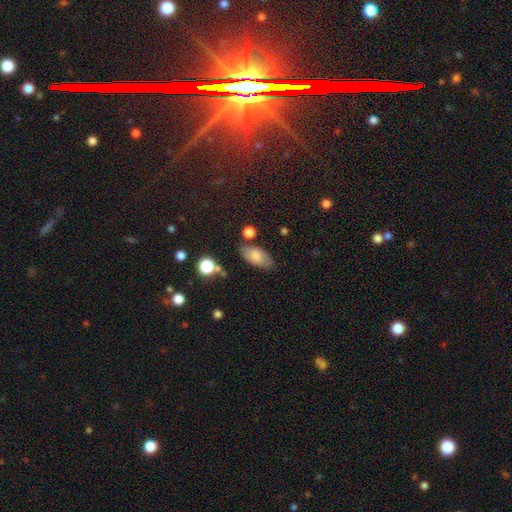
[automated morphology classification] Smooth or featured? Predicted: smooth (p=0.73). How rounded? Predicted: in between (p=0.90). Merging? Predicted: none (p=0.72).